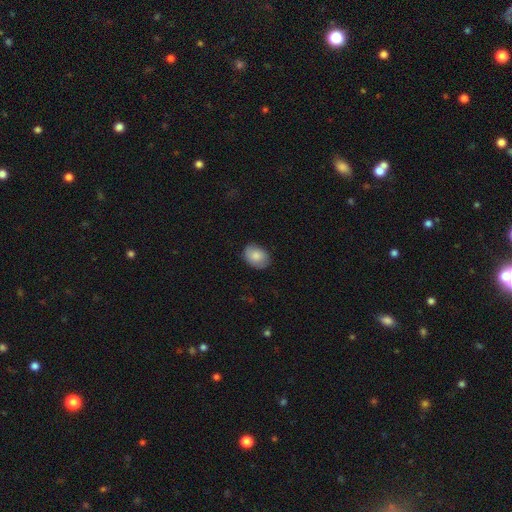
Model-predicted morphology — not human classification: Smooth or featured? Predicted: smooth (p=0.82). How rounded? Predicted: in between (p=0.74). Merging? Predicted: none (p=0.78).